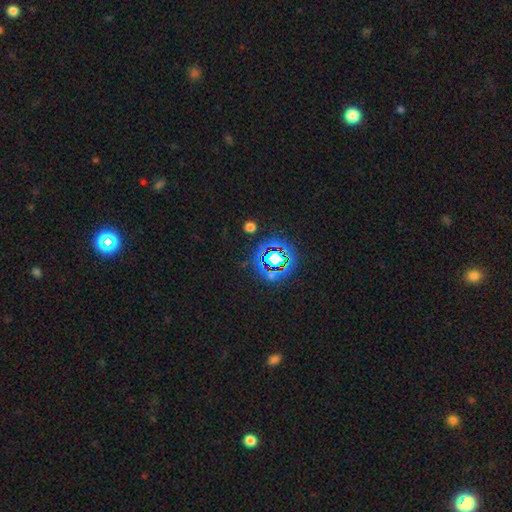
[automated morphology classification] Smooth or featured: star or artifact — 72% (smooth — 19%)